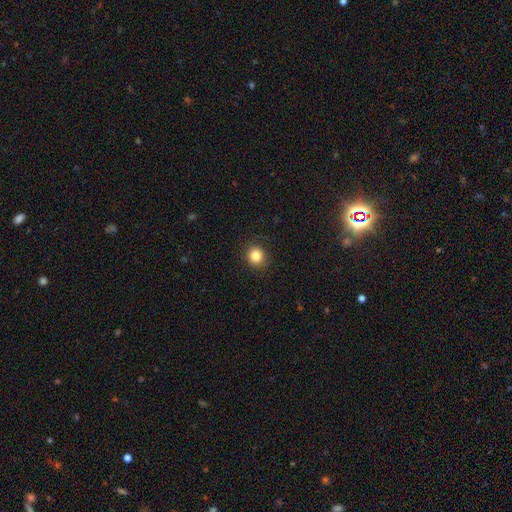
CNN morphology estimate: A smooth galaxy with no disk features (84%) that is round (86%).

Vote fractions:
- Smooth or featured? smooth: 84% / star or artifact: 11% / featured or disk: 5%
- How rounded? round: 86% / in between: 13% / cigar-shaped: 1%
- Merging? none: 90% / minor disturbance: 7% / major disturbance: 2% / merger: 1%